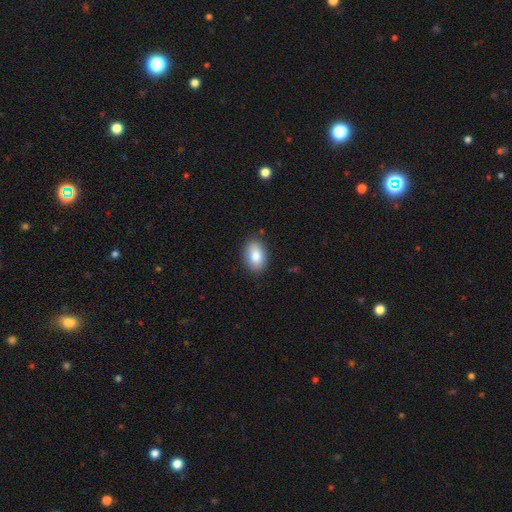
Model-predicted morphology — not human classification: A smooth galaxy with no disk features (84%) that is in between round and cigar-shaped (87%). Merging: none (85%).